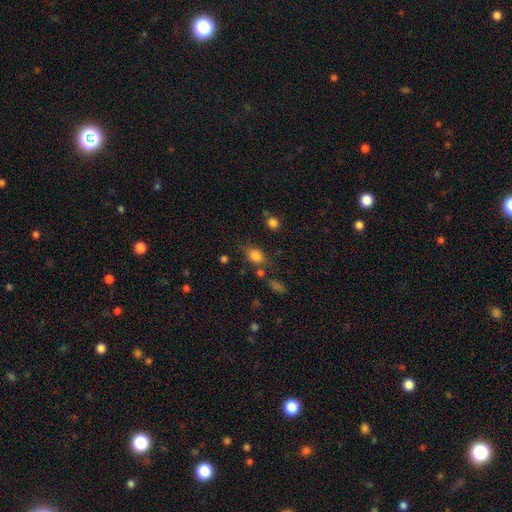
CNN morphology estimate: This appears to be a smooth galaxy with no disk features (81%) that is in between round and cigar-shaped (63%). Merging: none (64%).